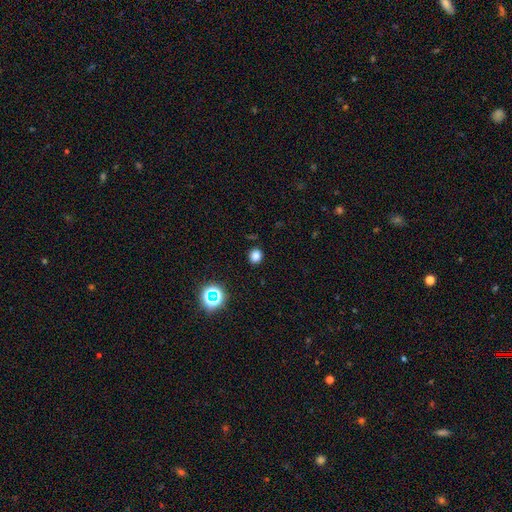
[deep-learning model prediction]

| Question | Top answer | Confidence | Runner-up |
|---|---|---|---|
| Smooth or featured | smooth | 79% | star or artifact (17%) |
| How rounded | round | 71% | in between (28%) |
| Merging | none | 89% | minor disturbance (7%) |